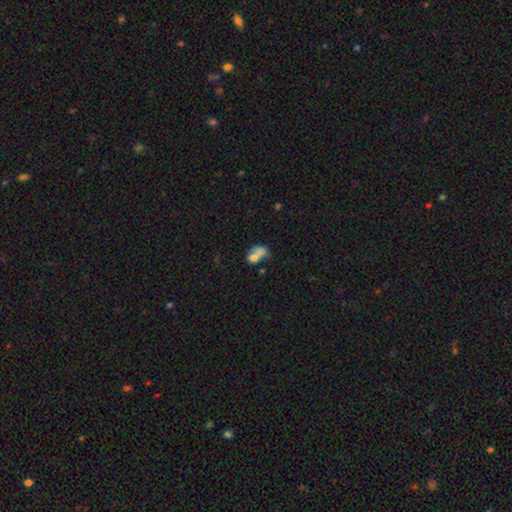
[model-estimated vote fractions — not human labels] Q: Smooth or featured?
A: smooth (67%); runner-up: featured or disk (22%)
Q: How rounded?
A: in between (68%); runner-up: round (30%)
Q: Merging?
A: merger (58%); runner-up: none (20%)